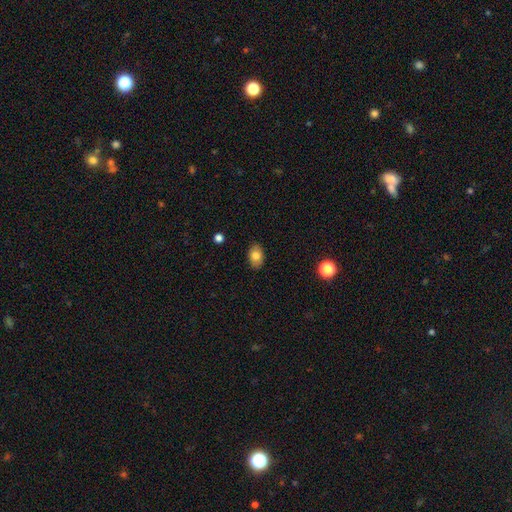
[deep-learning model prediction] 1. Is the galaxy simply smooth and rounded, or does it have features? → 81% smooth, 11% featured or disk, 9% star or artifact.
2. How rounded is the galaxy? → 85% in between, 14% round, 1% cigar-shaped.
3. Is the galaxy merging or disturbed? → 88% none, 9% minor disturbance, 2% major disturbance, 1% merger.